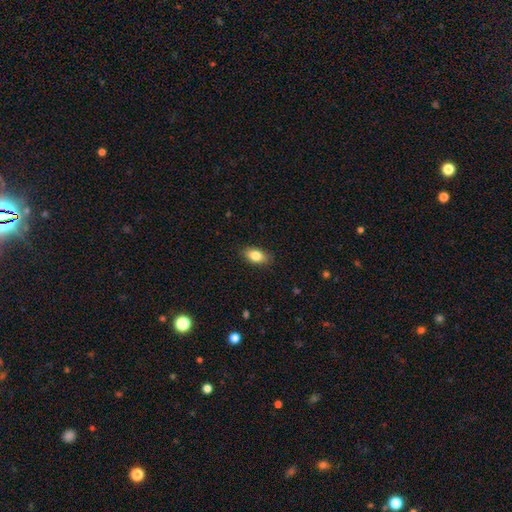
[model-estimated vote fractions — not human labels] A smooth galaxy with no disk features (83%) that is in between round and cigar-shaped (88%).

Vote fractions:
- Smooth or featured? smooth: 83% / featured or disk: 9% / star or artifact: 7%
- How rounded? in between: 88% / round: 8% / cigar-shaped: 4%
- Merging? none: 86% / minor disturbance: 11% / major disturbance: 2% / merger: 1%